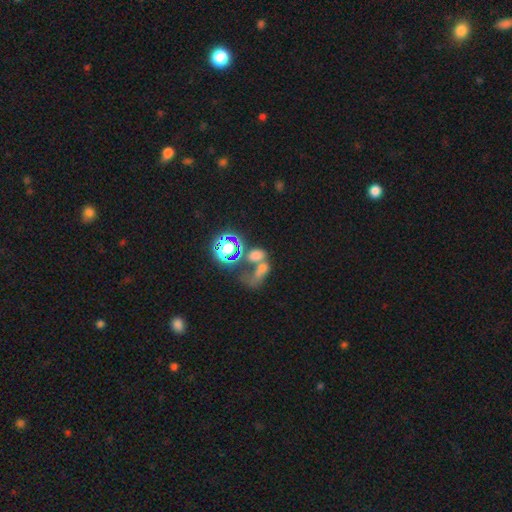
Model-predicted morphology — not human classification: A smooth galaxy with no disk features (51%) that is in between round and cigar-shaped (69%).

Vote fractions:
- Smooth or featured? smooth: 51% / star or artifact: 30% / featured or disk: 18%
- How rounded? in between: 69% / round: 27% / cigar-shaped: 4%
- Merging? merger: 59% / none: 19% / major disturbance: 14% / minor disturbance: 8%